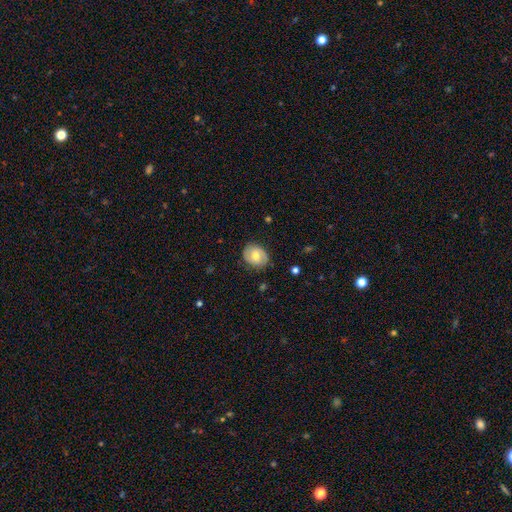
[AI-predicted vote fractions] The model was most divided on "how rounded": round: 51%, in between: 48%, cigar-shaped: 1%. More confident: merging — none (82%); smooth or featured — smooth (52%).